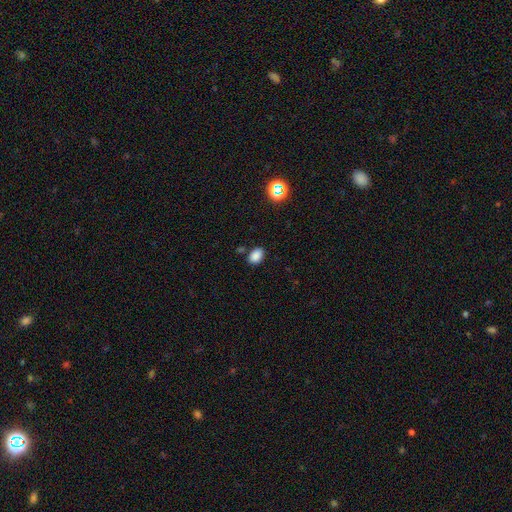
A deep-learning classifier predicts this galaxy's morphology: smooth-or-featured: smooth: 84% | star or artifact: 12% | featured or disk: 4%
  how-rounded: in between: 78% | round: 21% | cigar-shaped: 1%
  merging: none: 81% | minor disturbance: 12% | merger: 4% | major disturbance: 3%